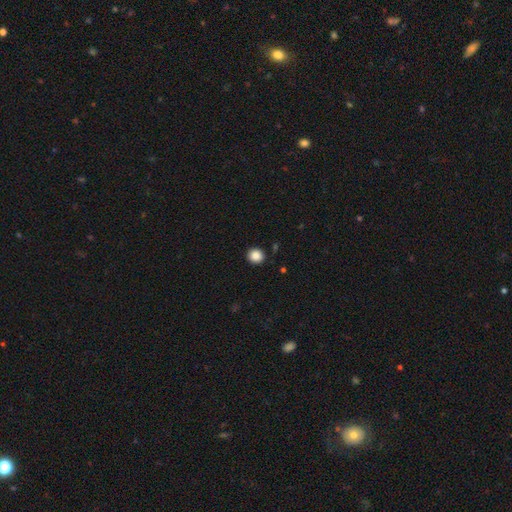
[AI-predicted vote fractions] Morphology: type=smooth (87%); roundness=round (91%); merging=none (92%).